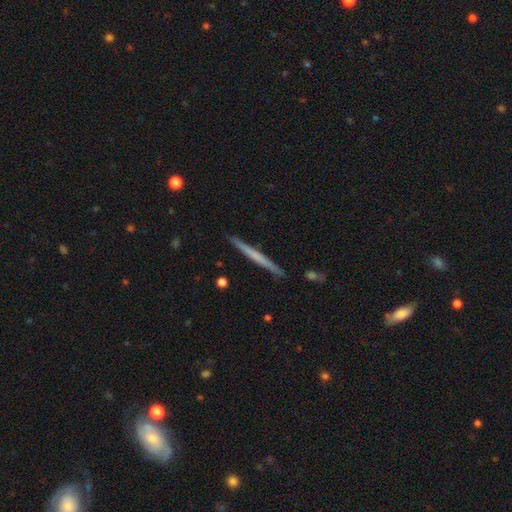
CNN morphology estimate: Smooth or featured? featured or disk (50%)
Merging? none (91%)